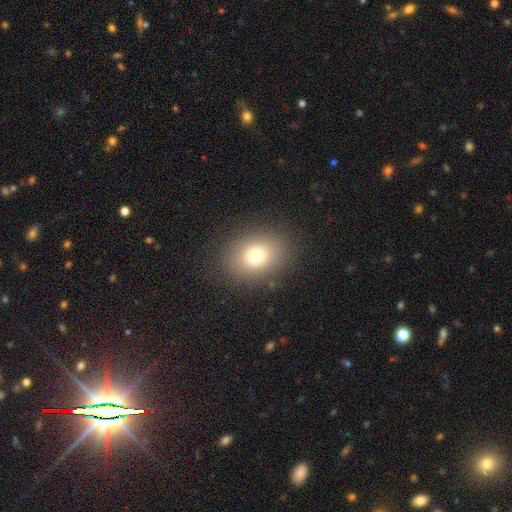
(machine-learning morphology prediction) smooth_or_featured: smooth (p=0.75) [alt: star or artifact p=0.13]
how_rounded: in between (p=0.56) [alt: round p=0.43]
merging: none (p=0.85) [alt: minor disturbance p=0.09]